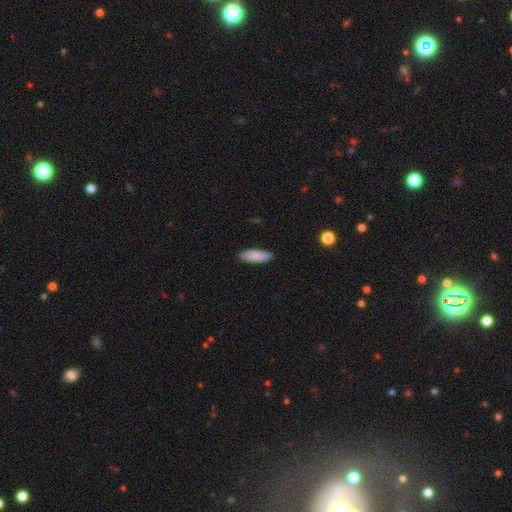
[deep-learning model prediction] This is clearly a smooth galaxy (87%). How rounded: likely in between (61%). Merging: clearly none (89%).